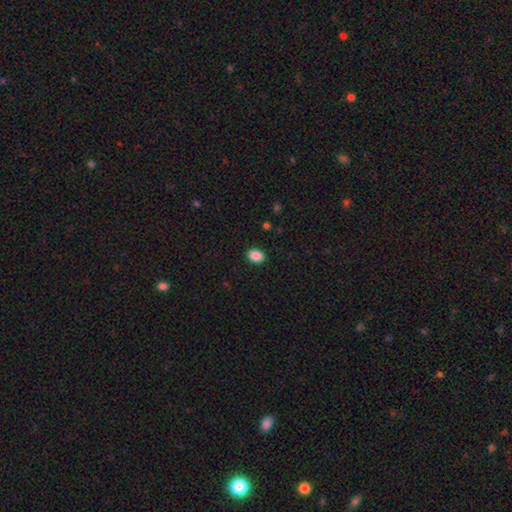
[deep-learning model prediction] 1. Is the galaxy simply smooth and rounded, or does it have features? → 88% smooth, 8% star or artifact, 3% featured or disk.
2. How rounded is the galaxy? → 69% in between, 30% round, 1% cigar-shaped.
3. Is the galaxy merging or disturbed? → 91% none, 6% minor disturbance, 2% major disturbance, 1% merger.